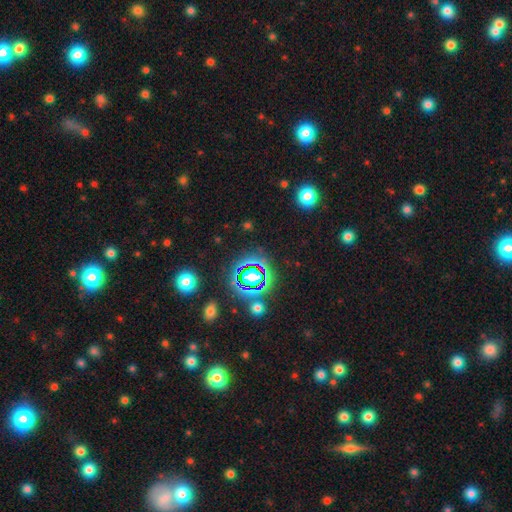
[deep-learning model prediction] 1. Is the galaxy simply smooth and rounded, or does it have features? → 76% star or artifact, 14% smooth, 10% featured or disk.